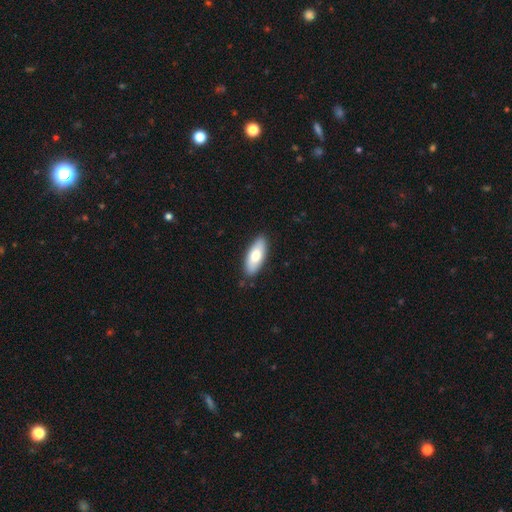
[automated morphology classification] smooth_or_featured: smooth (p=0.72) [alt: featured or disk p=0.23]
how_rounded: in between (p=0.83) [alt: cigar-shaped p=0.15]
merging: none (p=0.87) [alt: minor disturbance p=0.10]